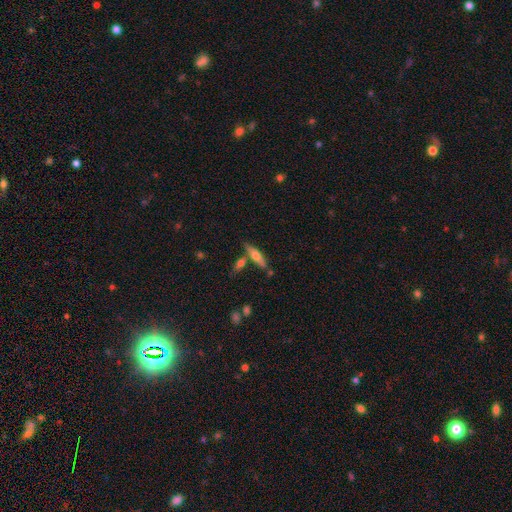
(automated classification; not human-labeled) Smooth or featured? Predicted: smooth (p=0.50). Merging? Predicted: none (p=0.68).